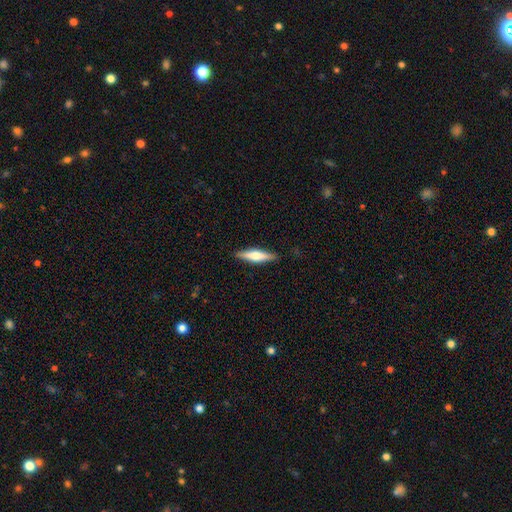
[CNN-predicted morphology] Smooth or featured: smooth — 48% (featured or disk — 46%)
Merging: none — 89% (minor disturbance — 8%)